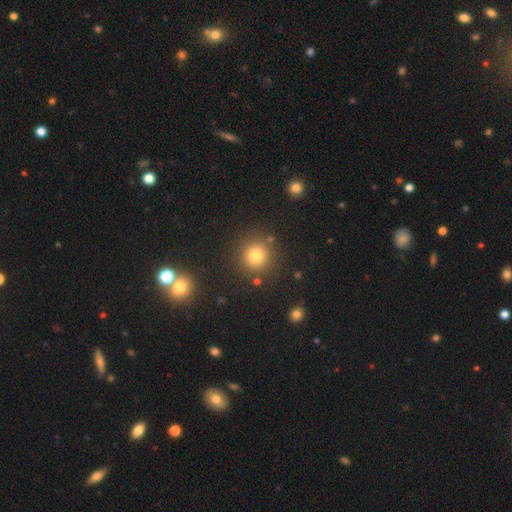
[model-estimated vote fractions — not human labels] Smooth or featured: smooth — 78% (star or artifact — 16%)
How rounded: round — 91% (in between — 8%)
Merging: none — 86% (minor disturbance — 7%)